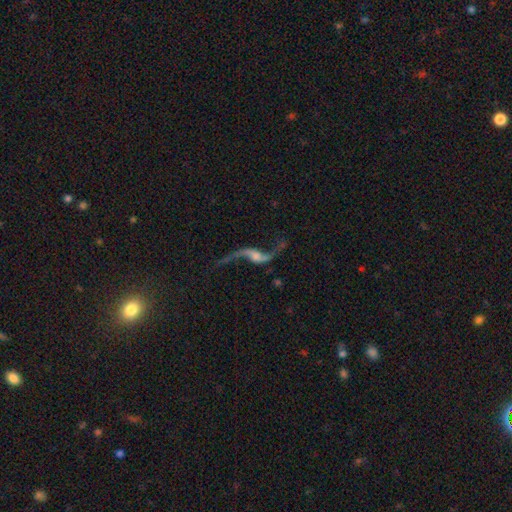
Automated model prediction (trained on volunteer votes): This appears to be a featured or disk galaxy (90%) with no bar (51%), 2 (94%) loose (95%) spiral arms (97%) and a small central bulge (34%). Merging: none (72%).